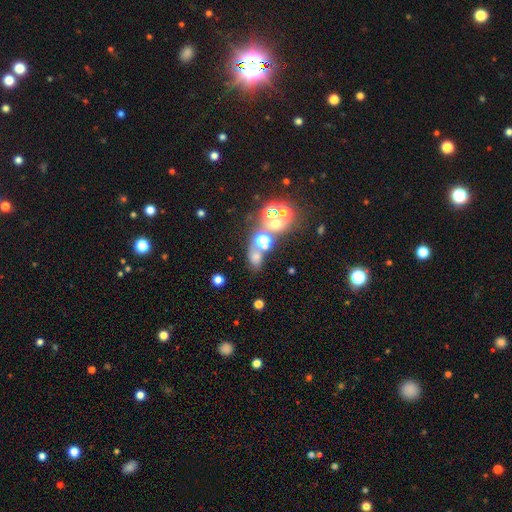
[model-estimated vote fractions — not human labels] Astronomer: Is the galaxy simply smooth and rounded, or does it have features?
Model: smooth — 52% (runner-up: star or artifact, 33%).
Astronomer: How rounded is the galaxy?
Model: in between — 51% (runner-up: round, 45%).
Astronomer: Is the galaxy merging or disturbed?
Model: none — 51% (runner-up: merger, 30%).